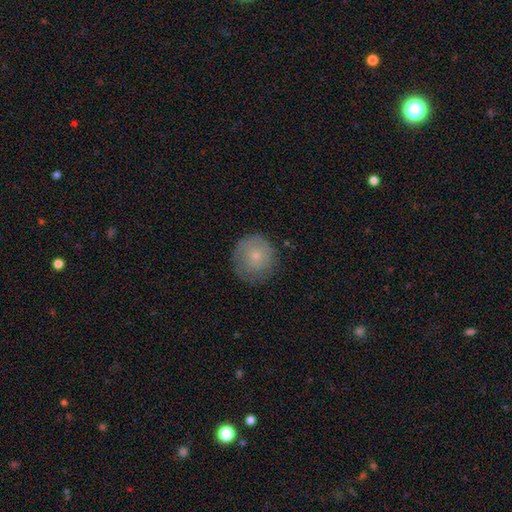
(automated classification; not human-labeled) Morphology: type=smooth (67%); roundness=round (91%); merging=none (73%).